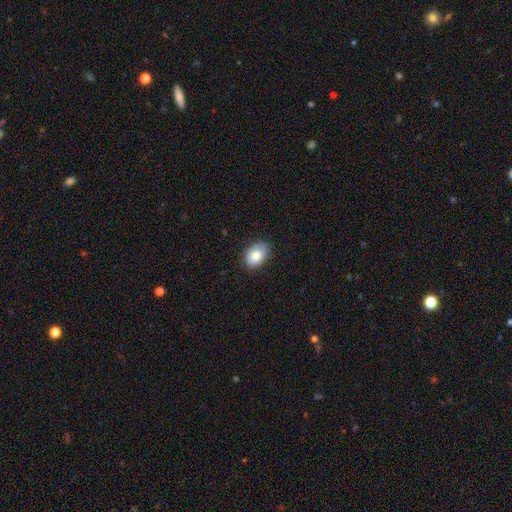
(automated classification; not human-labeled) Smooth or featured: smooth — 81% (featured or disk — 11%)
How rounded: in between — 80% (round — 19%)
Merging: none — 80% (minor disturbance — 16%)